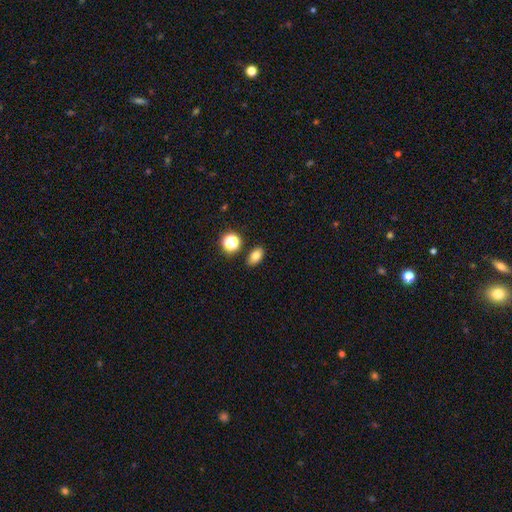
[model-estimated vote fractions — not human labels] A smooth galaxy with no disk features (78%) that is in between round and cigar-shaped (84%). Merging: none (84%).